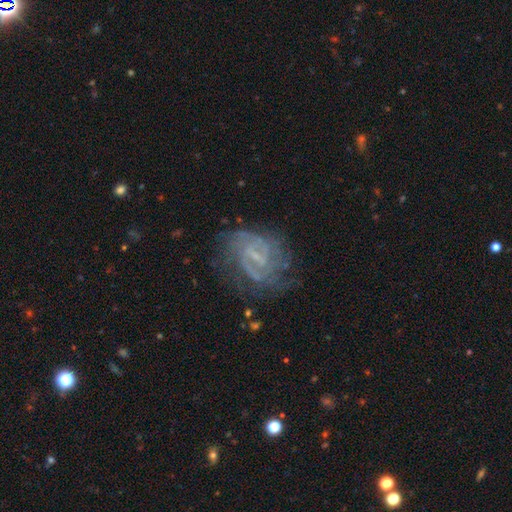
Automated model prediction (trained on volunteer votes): smooth_or_featured: featured or disk (p=0.76) [alt: star or artifact p=0.13]
disk_edge_on: no (p=0.97) [alt: yes p=0.03]
bar: weak (p=0.49) [alt: strong p=0.29]
has_spiral_arms: yes (p=0.89) [alt: no p=0.11]
spiral_winding: tight (p=0.48) [alt: medium p=0.39]
spiral_arm_count: 2 (p=0.42) [alt: can't tell p=0.31]
bulge_size: small (p=0.50) [alt: none p=0.34]
merging: none (p=0.69) [alt: minor disturbance p=0.17]